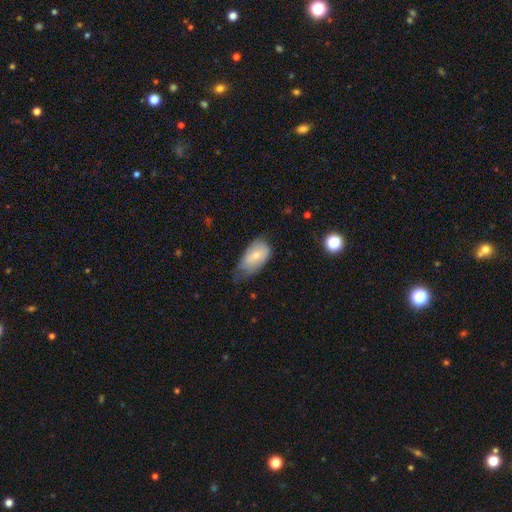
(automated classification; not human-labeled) Smooth or featured? Predicted: smooth (p=0.69). How rounded? Predicted: in between (p=0.91). Merging? Predicted: minor disturbance (p=0.46).